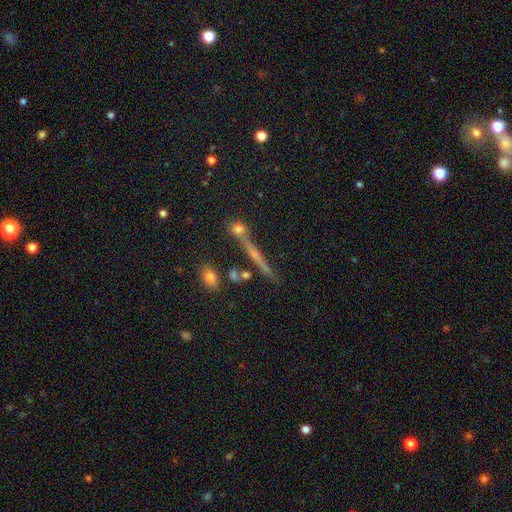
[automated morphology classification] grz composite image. It shows a featured or disk galaxy (57%) viewed edge-on (91%) with a rounded central bulge (51%). Merging: none (67%).